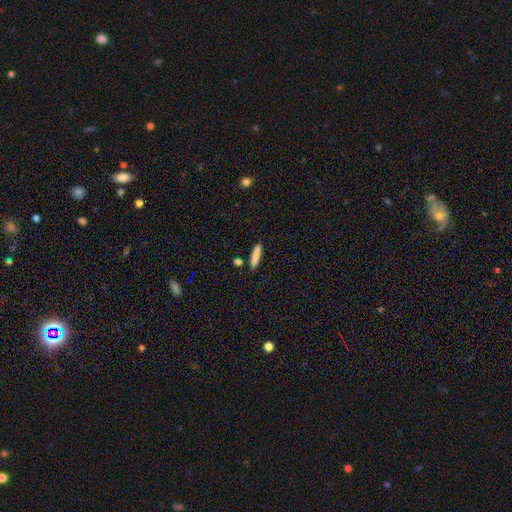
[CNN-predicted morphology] smooth-or-featured: smooth: 85% | featured or disk: 8% | star or artifact: 7%
  how-rounded: cigar-shaped: 84% | in between: 14% | round: 2%
  merging: none: 84% | minor disturbance: 9% | merger: 5% | major disturbance: 2%